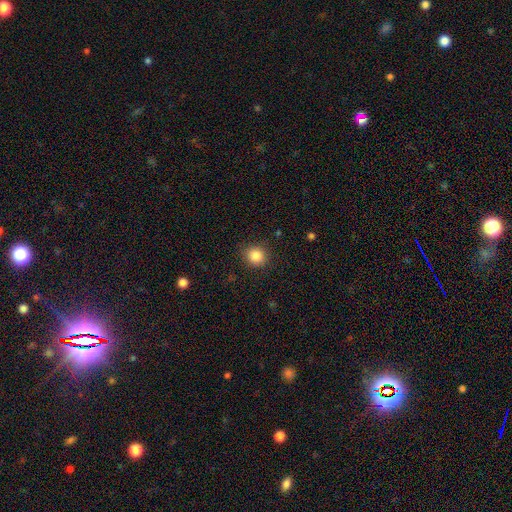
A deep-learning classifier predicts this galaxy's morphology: This appears to be a smooth galaxy with no disk features (86%) that is round (83%). Merging: none (88%).